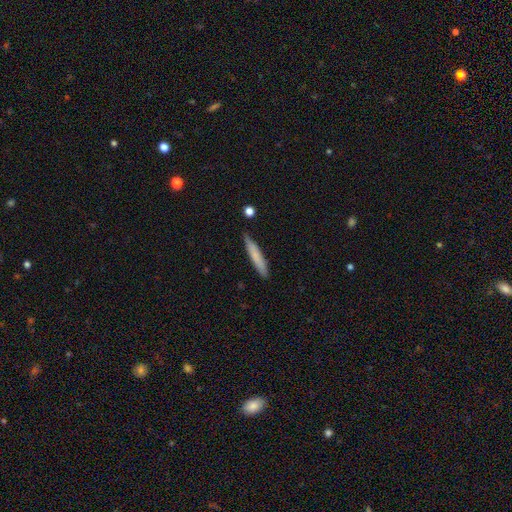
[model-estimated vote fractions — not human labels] smooth 74%, featured or disk 21%, star or artifact 6%. Down the decision tree: how rounded — cigar-shaped (93%); merging — none (82%).